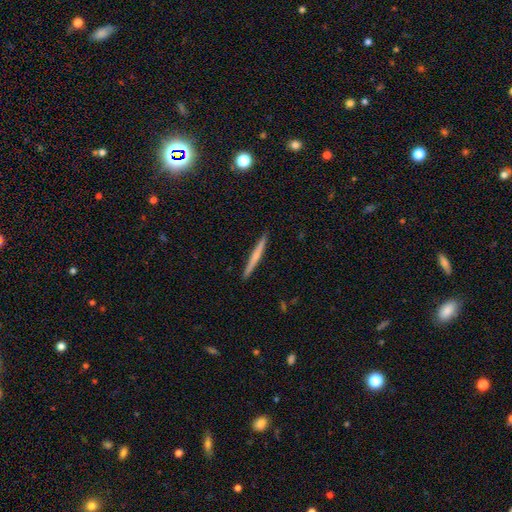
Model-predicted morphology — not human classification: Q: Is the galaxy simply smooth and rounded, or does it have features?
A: smooth — 48%.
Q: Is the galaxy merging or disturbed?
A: none — 92%.